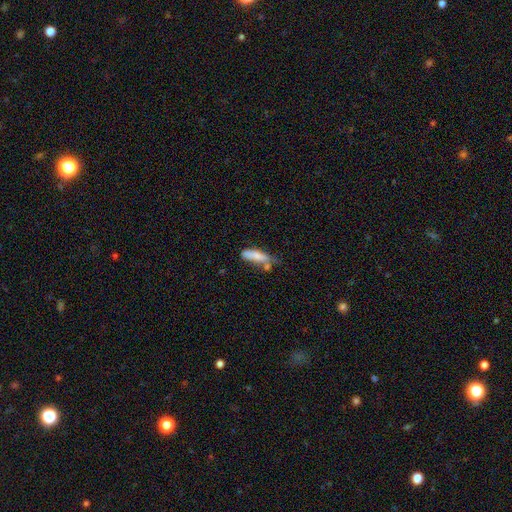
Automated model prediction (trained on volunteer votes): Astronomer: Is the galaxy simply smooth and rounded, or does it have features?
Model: smooth — 77%.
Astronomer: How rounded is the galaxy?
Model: cigar-shaped — 56% (runner-up: in between, 42%).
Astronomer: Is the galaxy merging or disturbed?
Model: none — 40% (runner-up: minor disturbance, 30%).